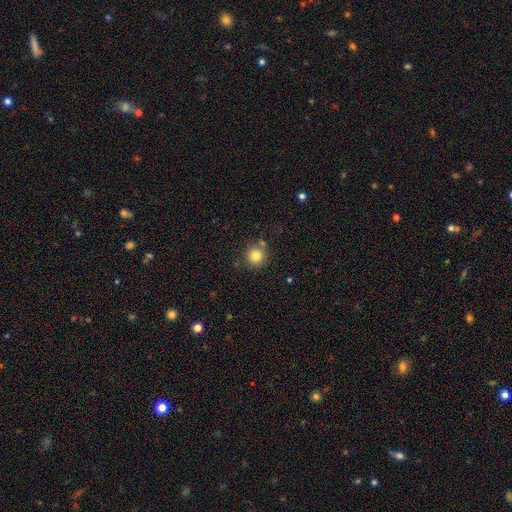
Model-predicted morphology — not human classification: Q: Smooth or featured?
A: smooth (82%); runner-up: star or artifact (11%)
Q: How rounded?
A: round (93%); runner-up: in between (6%)
Q: Merging?
A: none (77%); runner-up: minor disturbance (11%)